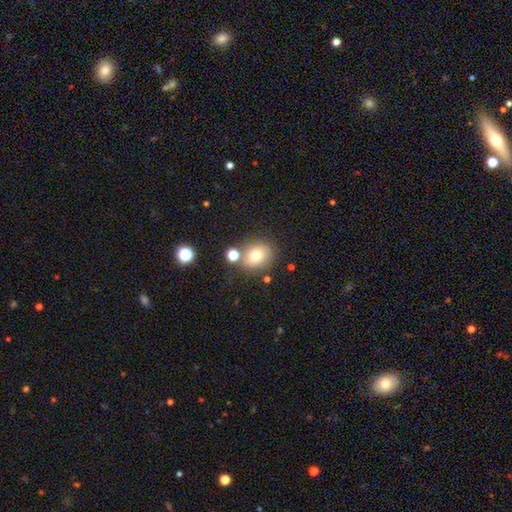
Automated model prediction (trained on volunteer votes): A smooth galaxy with no disk features (75%) that is round (64%).

Vote fractions:
- Smooth or featured? smooth: 75% / star or artifact: 13% / featured or disk: 12%
- How rounded? round: 64% / in between: 35% / cigar-shaped: 1%
- Merging? none: 72% / minor disturbance: 12% / merger: 12% / major disturbance: 4%